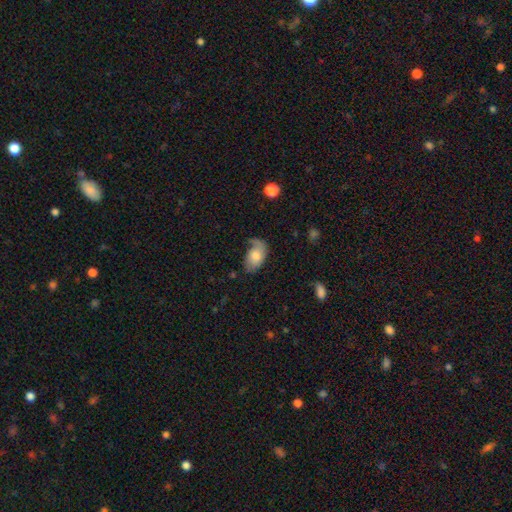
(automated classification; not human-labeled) Overall: smooth (61%; featured or disk 32%). How rounded: in between (92%). Merging: none (41%; minor disturbance 32%).